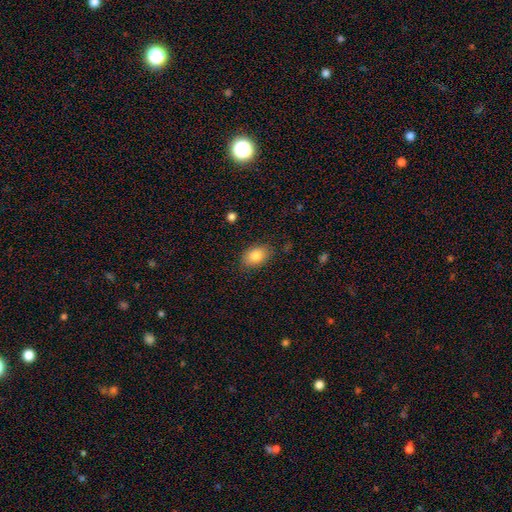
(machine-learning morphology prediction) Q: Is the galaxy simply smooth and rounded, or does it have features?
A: smooth — 85%.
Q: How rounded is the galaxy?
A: in between — 81%.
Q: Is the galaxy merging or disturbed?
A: none — 83%.